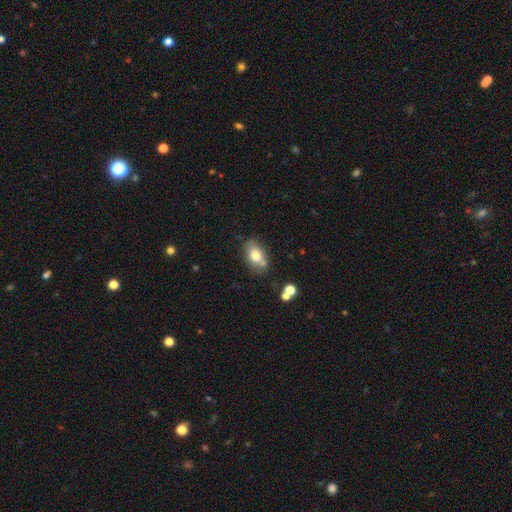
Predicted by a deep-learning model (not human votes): smooth-or-featured: smooth: 74% | featured or disk: 17% | star or artifact: 9%
  how-rounded: in between: 85% | round: 13% | cigar-shaped: 3%
  merging: none: 66% | minor disturbance: 18% | merger: 11% | major disturbance: 5%